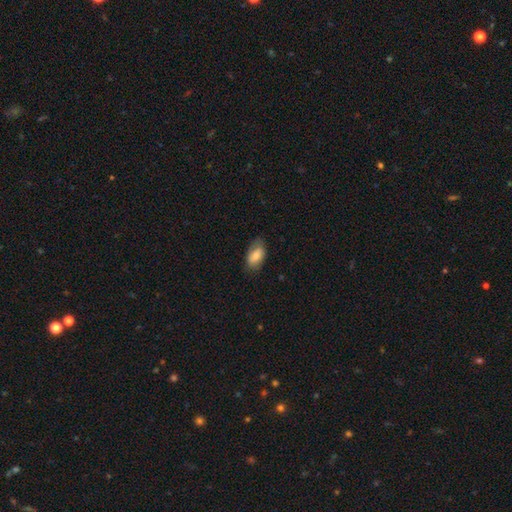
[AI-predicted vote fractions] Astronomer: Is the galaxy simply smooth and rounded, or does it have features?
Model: smooth — 77%.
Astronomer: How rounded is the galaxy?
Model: in between — 93%.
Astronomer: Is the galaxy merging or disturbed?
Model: none — 70%.